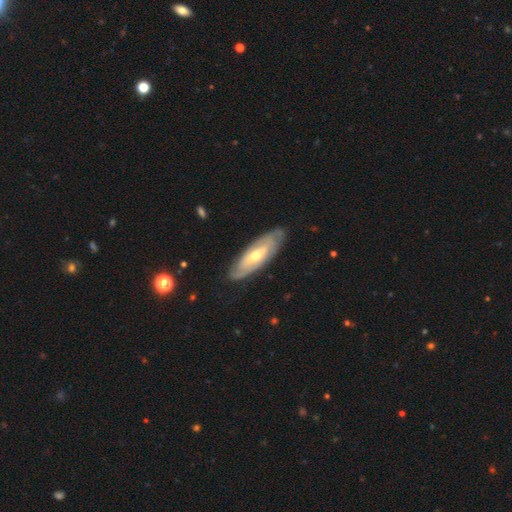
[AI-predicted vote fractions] This appears to be a featured or disk galaxy (72%) with no bar (56%), spiral arms (77%) and a moderate central bulge (61%). Merging: none (82%).